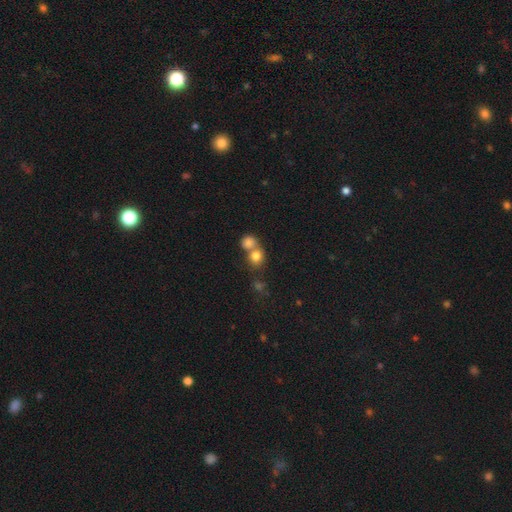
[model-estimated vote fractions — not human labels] Q: Smooth or featured?
A: smooth (80%); runner-up: star or artifact (11%)
Q: How rounded?
A: round (80%); runner-up: in between (19%)
Q: Merging?
A: merger (49%); runner-up: none (41%)